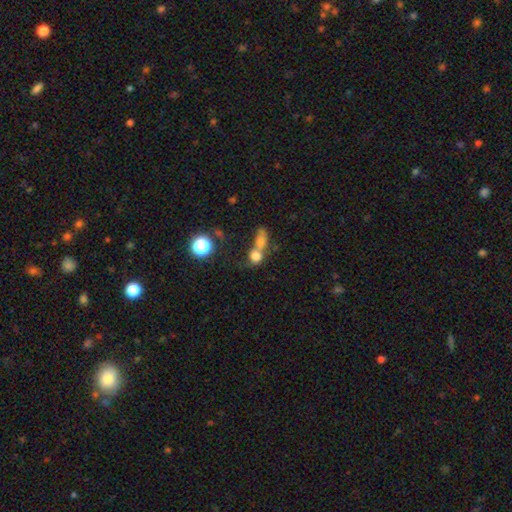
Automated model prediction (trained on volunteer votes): smooth 70%, star or artifact 15%, featured or disk 15%. Down the decision tree: how rounded — round (68%); merging — merger (65%).